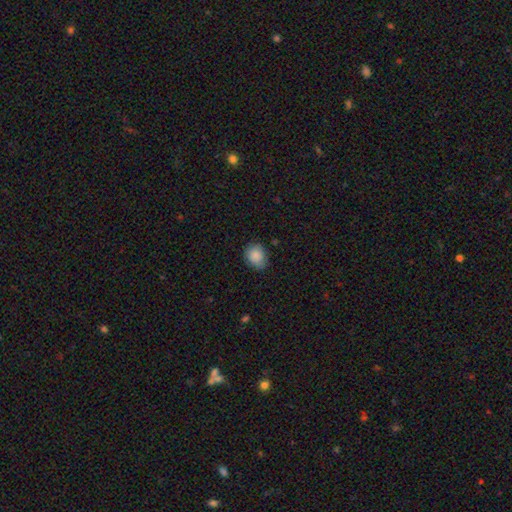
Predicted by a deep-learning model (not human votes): This is clearly a smooth galaxy (88%). How rounded: possibly round (55%). Merging: likely none (78%).